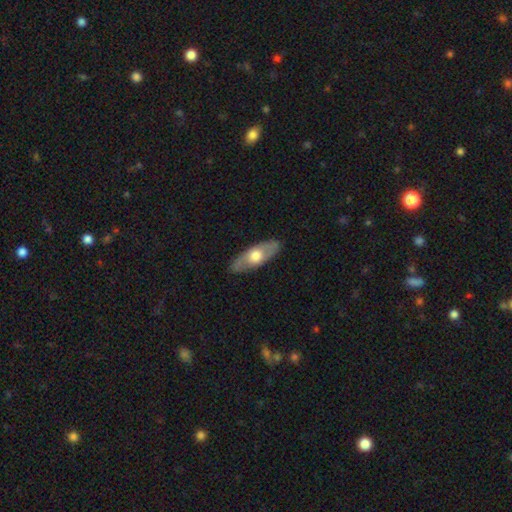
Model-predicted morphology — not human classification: Smooth or featured? Predicted: smooth (p=0.49). Merging? Predicted: none (p=0.87).